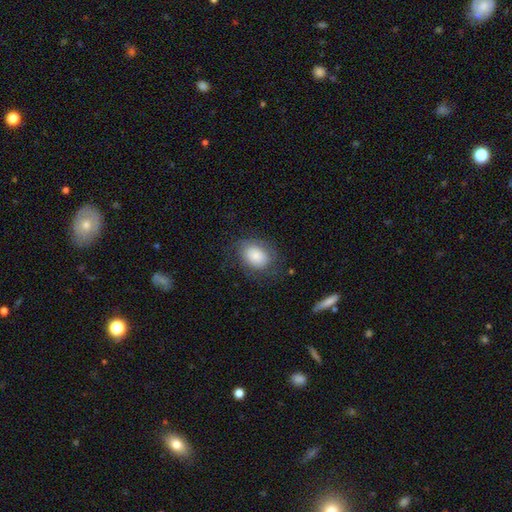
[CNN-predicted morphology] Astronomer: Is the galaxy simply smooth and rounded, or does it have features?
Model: smooth — 80%.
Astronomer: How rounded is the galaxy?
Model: in between — 71%.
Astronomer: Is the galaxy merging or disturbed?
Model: none — 69%.